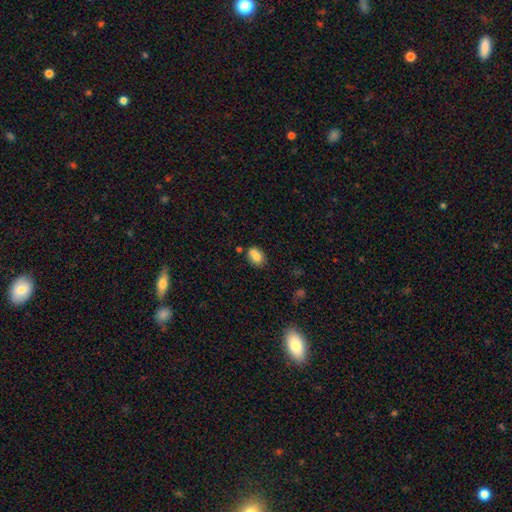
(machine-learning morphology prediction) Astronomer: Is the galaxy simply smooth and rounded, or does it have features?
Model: smooth — 77%.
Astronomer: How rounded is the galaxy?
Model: in between — 66%.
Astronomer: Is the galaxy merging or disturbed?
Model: none — 50% (runner-up: merger, 28%).